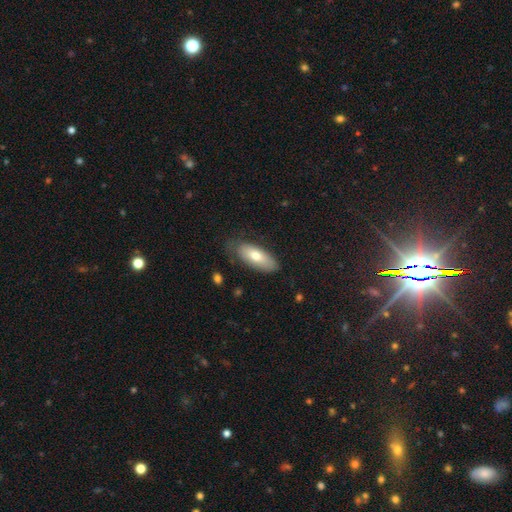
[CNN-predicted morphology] Overall: smooth (71%). How rounded: in between (81%). Merging: none (69%).